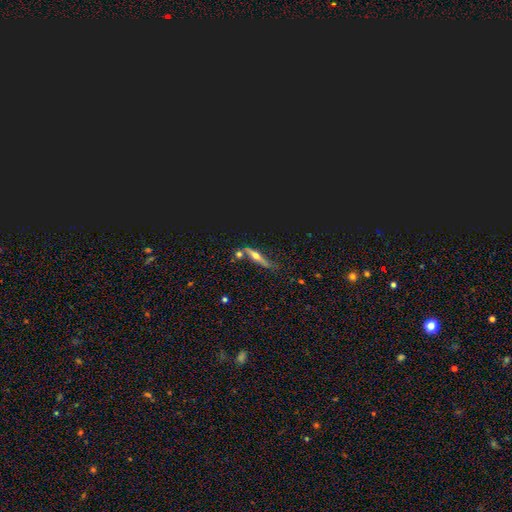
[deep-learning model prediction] smooth-or-featured: featured or disk: 57% | smooth: 28% | star or artifact: 15%
  disk-edge-on: yes: 84% | no: 16%
  merging: none: 62% | minor disturbance: 18% | merger: 13% | major disturbance: 7%